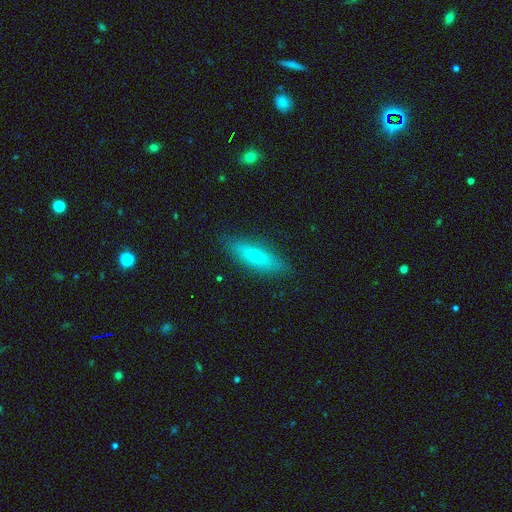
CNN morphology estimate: Smooth or featured?
  - smooth: 52% *
  - featured or disk: 40%
  - star or artifact: 8%
How rounded?
  - cigar-shaped: 62% *
  - in between: 35%
  - round: 3%
Merging?
  - none: 87% *
  - minor disturbance: 10%
  - major disturbance: 2%
  - merger: 1%